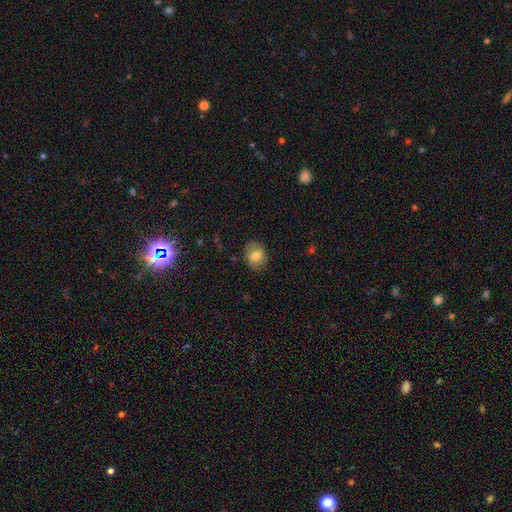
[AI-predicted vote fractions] Smooth or featured? smooth (73%)
How rounded? in between (58%)
Merging? none (84%)